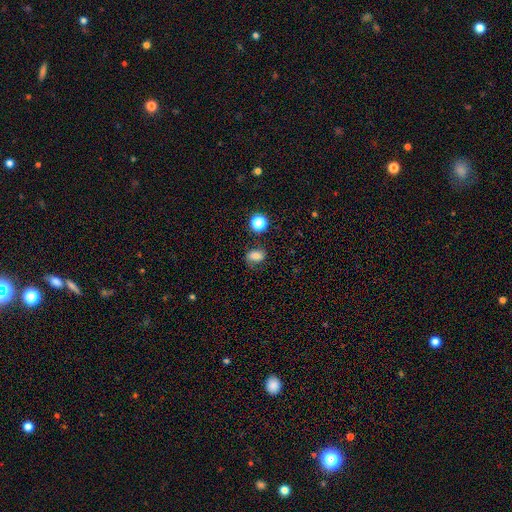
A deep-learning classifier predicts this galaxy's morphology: This appears to be a smooth galaxy with no disk features (69%) that is in between round and cigar-shaped (66%). Merging: none (73%).